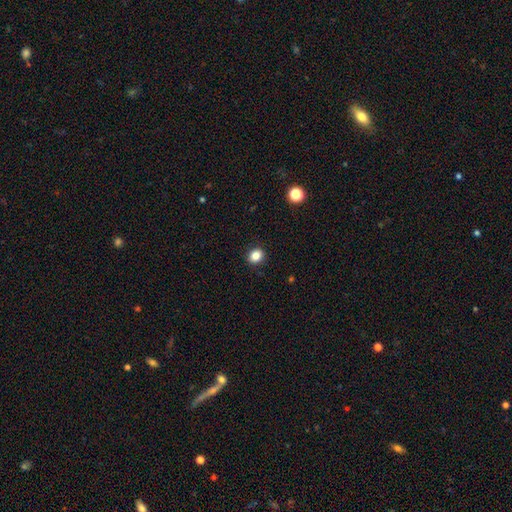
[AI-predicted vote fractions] Q: Smooth or featured?
A: smooth (84%); runner-up: star or artifact (11%)
Q: How rounded?
A: round (75%); runner-up: in between (24%)
Q: Merging?
A: none (92%); runner-up: minor disturbance (6%)